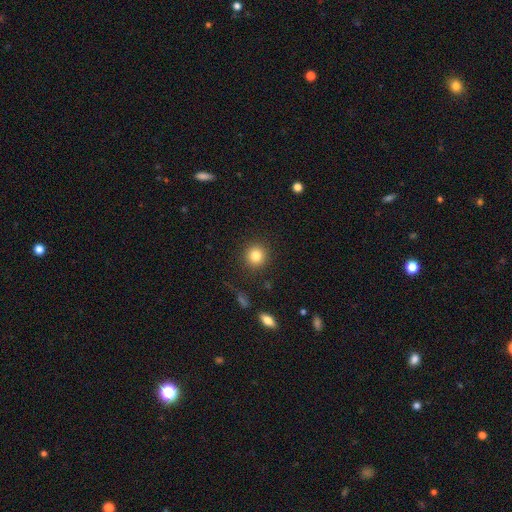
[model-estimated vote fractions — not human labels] Smooth or featured: smooth — 83% (star or artifact — 11%)
How rounded: round — 92% (in between — 7%)
Merging: none — 90% (minor disturbance — 6%)